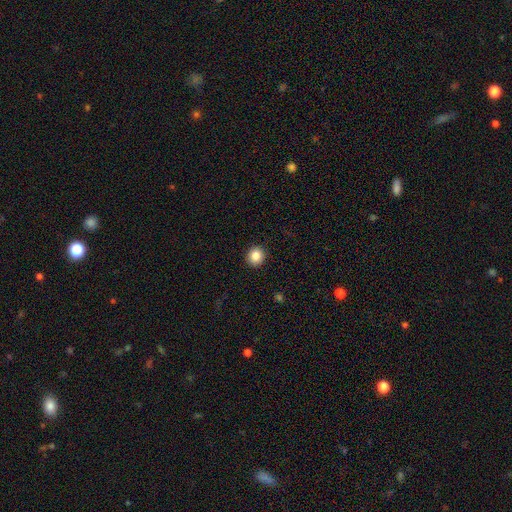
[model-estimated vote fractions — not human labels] Smooth or featured?
  - smooth: 85% *
  - star or artifact: 10%
  - featured or disk: 5%
How rounded?
  - round: 86% *
  - in between: 13%
  - cigar-shaped: 1%
Merging?
  - none: 92% *
  - minor disturbance: 5%
  - major disturbance: 2%
  - merger: 1%